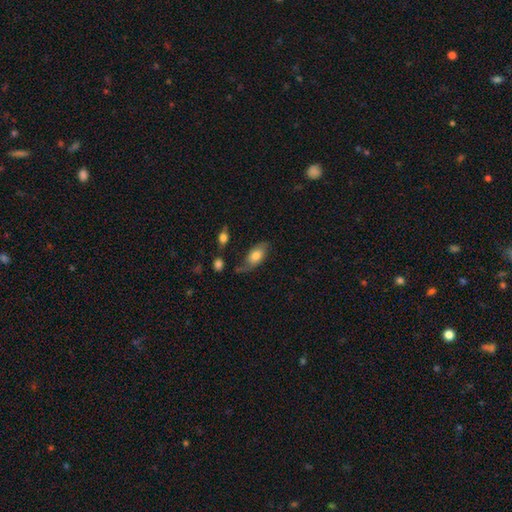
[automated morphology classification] Smooth or featured? Predicted: smooth (p=0.63). How rounded? Predicted: in between (p=0.90). Merging? Predicted: none (p=0.55).